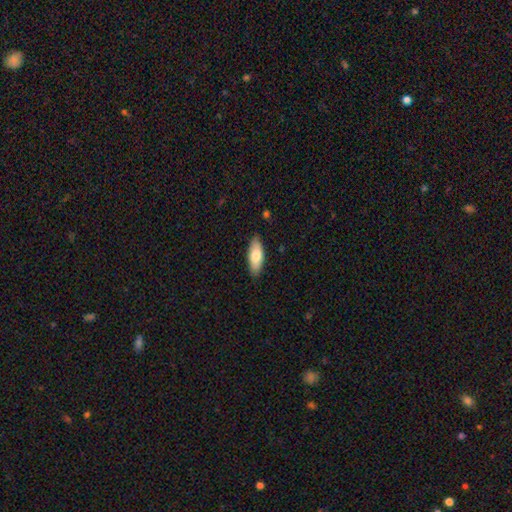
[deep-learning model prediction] Smooth or featured: smooth — 76% (featured or disk — 18%)
How rounded: in between — 74% (cigar-shaped — 24%)
Merging: none — 86% (minor disturbance — 11%)